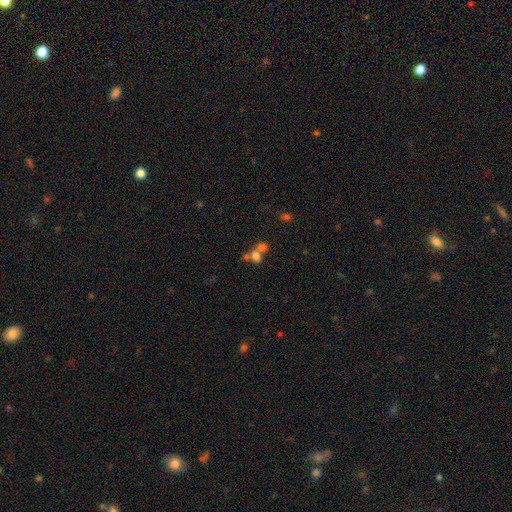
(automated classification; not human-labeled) smooth 69%, featured or disk 15%, star or artifact 15%. Down the decision tree: how rounded — round (55%); merging — merger (58%).